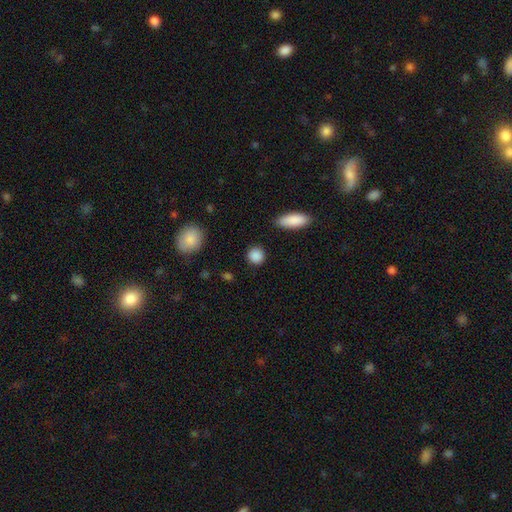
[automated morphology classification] This appears to be a smooth galaxy with no disk features (88%) that is round (89%). Merging: none (88%).